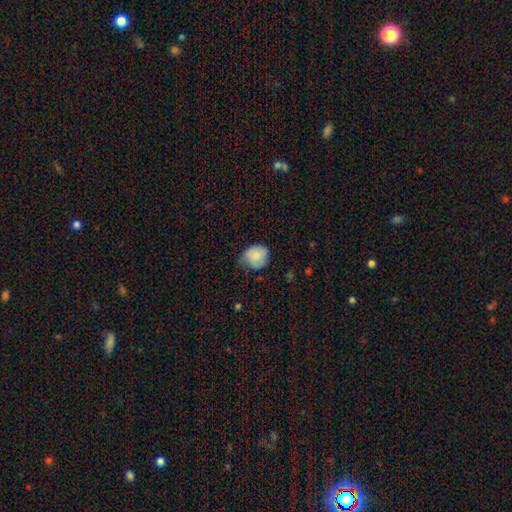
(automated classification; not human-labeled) Q: Smooth or featured?
A: smooth (77%); runner-up: featured or disk (16%)
Q: How rounded?
A: round (66%); runner-up: in between (33%)
Q: Merging?
A: none (43%); runner-up: minor disturbance (42%)